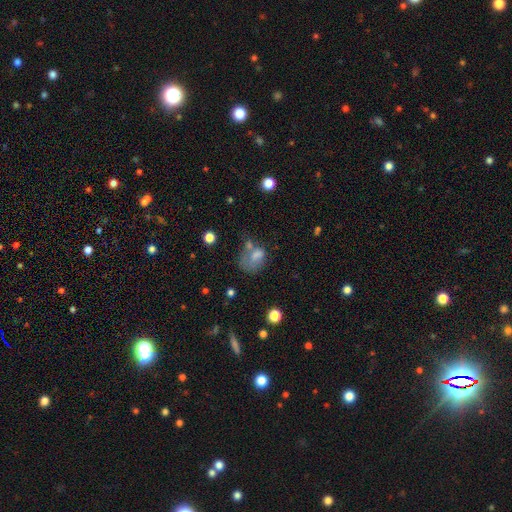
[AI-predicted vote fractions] A smooth galaxy with no disk features (64%) that is in between round and cigar-shaped (68%).

Vote fractions:
- Smooth or featured? smooth: 64% / featured or disk: 23% / star or artifact: 13%
- How rounded? in between: 68% / round: 30% / cigar-shaped: 1%
- Merging? major disturbance: 33% / none: 25% / minor disturbance: 21% / merger: 20%